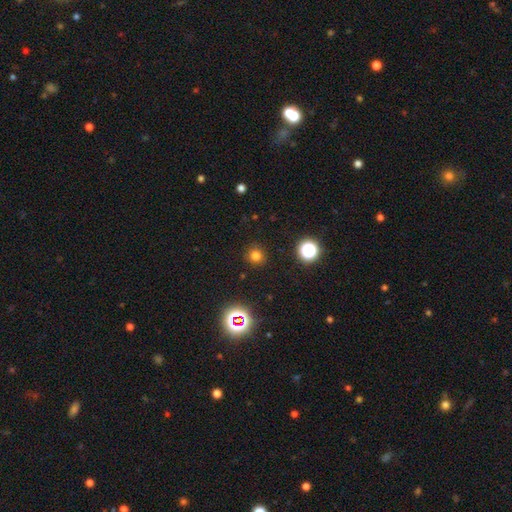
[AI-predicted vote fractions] This appears to be a smooth galaxy with no disk features (75%) that is round (93%). Merging: none (91%).